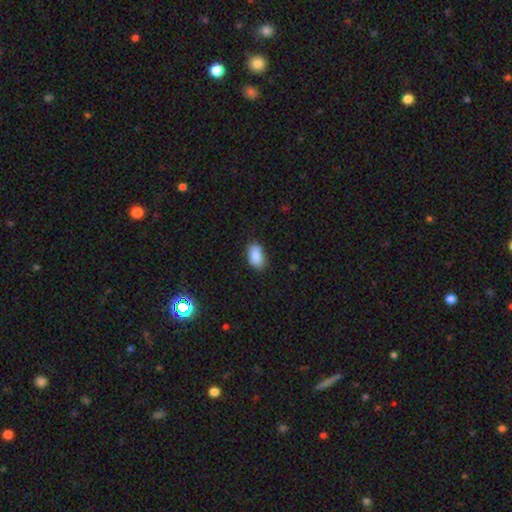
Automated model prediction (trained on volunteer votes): Smooth or featured?
  - smooth: 89% *
  - star or artifact: 8%
  - featured or disk: 4%
How rounded?
  - in between: 91% *
  - round: 7%
  - cigar-shaped: 2%
Merging?
  - none: 83% *
  - minor disturbance: 14%
  - major disturbance: 3%
  - merger: 1%